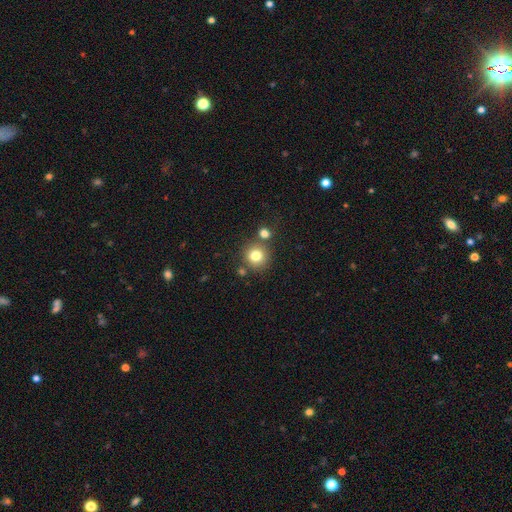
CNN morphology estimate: smooth 79%, star or artifact 12%, featured or disk 9%. Down the decision tree: how rounded — round (92%); merging — none (76%).